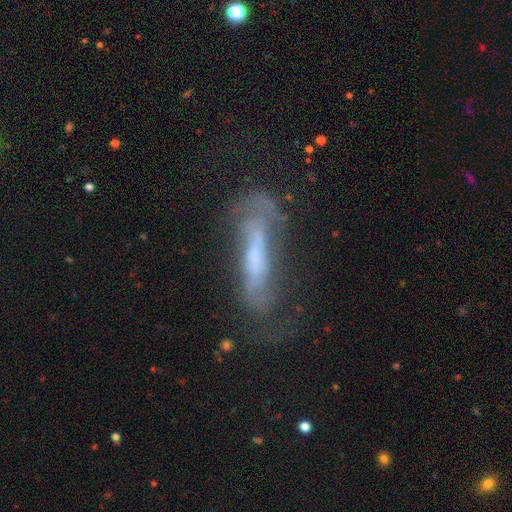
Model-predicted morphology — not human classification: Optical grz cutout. It shows a featured or disk galaxy (66%). Merging: none (52%).